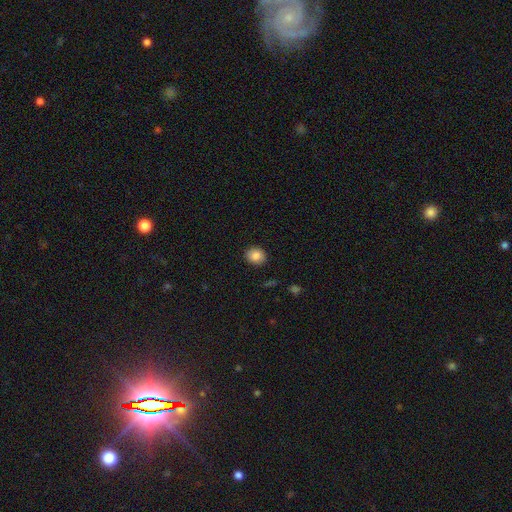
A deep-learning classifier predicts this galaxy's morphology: smooth-or-featured: smooth: 85% | star or artifact: 9% | featured or disk: 6%
  how-rounded: round: 72% | in between: 27% | cigar-shaped: 1%
  merging: none: 89% | minor disturbance: 8% | major disturbance: 2% | merger: 1%